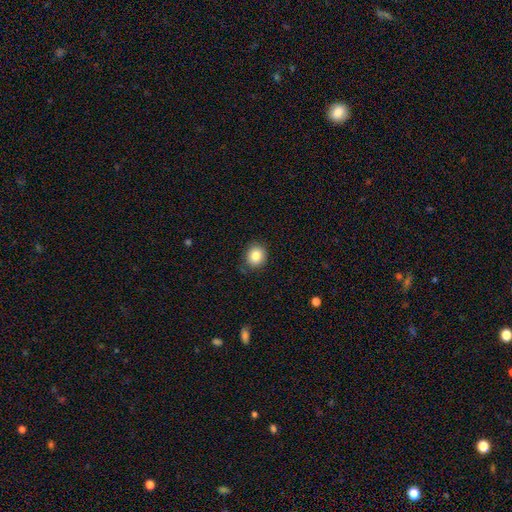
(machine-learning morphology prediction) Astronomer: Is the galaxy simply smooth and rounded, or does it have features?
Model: smooth — 83%.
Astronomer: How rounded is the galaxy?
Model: round — 79%.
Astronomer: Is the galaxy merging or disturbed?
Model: none — 84%.